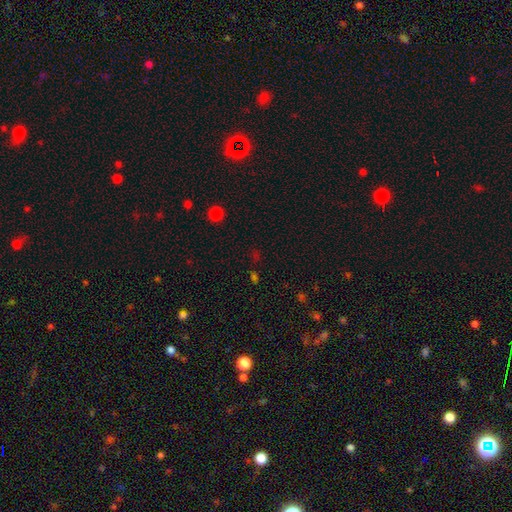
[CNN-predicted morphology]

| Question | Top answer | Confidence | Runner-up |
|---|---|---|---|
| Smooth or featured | star or artifact | 58% | smooth (36%) |